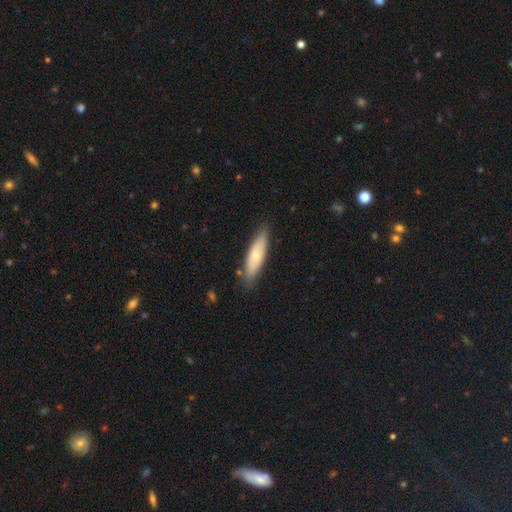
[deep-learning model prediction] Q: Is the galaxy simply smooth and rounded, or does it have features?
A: smooth — 61%.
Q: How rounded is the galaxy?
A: cigar-shaped — 57%.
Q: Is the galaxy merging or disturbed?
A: none — 81%.